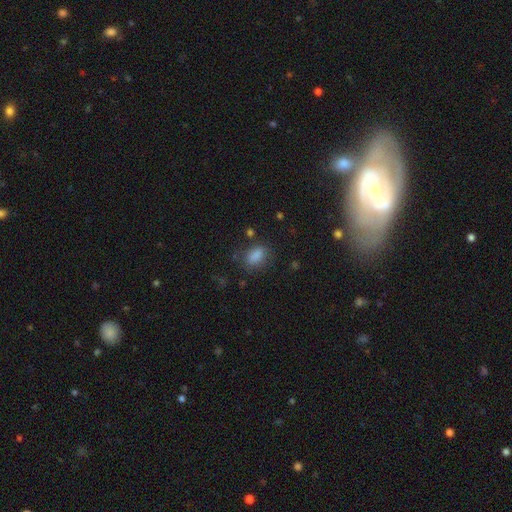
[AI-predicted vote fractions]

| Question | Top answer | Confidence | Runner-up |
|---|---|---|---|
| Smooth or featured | smooth | 84% | star or artifact (10%) |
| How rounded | in between | 82% | round (13%) |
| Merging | none | 72% | minor disturbance (18%) |